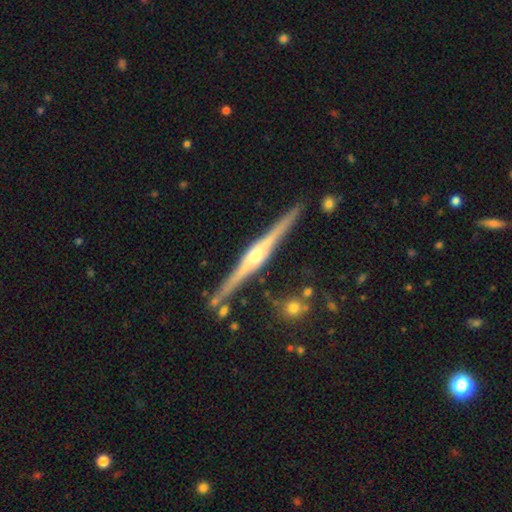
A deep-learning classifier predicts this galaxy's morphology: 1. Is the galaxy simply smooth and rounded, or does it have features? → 86% featured or disk, 8% smooth, 6% star or artifact.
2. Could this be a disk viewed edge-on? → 98% yes, 2% no.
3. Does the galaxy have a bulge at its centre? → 86% rounded, 8% boxy, 5% none.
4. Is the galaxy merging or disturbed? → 87% none, 8% minor disturbance, 3% merger, 2% major disturbance.